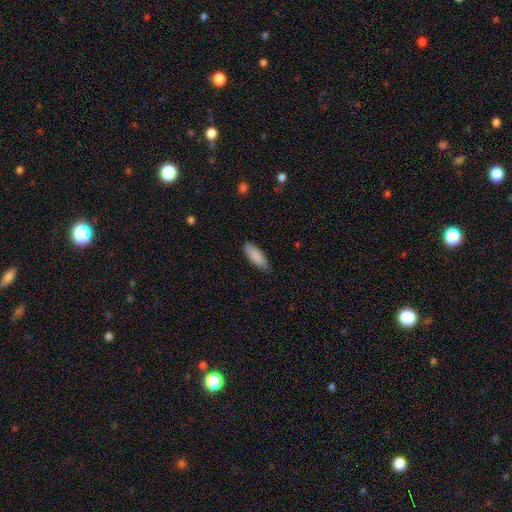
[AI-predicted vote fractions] smooth-or-featured: smooth: 89% | star or artifact: 6% | featured or disk: 5%
  how-rounded: in between: 64% | cigar-shaped: 35% | round: 2%
  merging: none: 87% | minor disturbance: 10% | major disturbance: 2% | merger: 1%